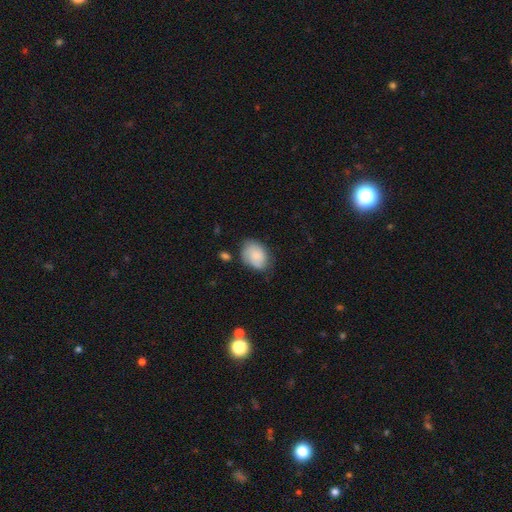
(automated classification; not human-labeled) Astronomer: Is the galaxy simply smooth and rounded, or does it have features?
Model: smooth — 77%.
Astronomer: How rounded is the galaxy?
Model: in between — 73%.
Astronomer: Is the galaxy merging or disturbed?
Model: none — 62%.